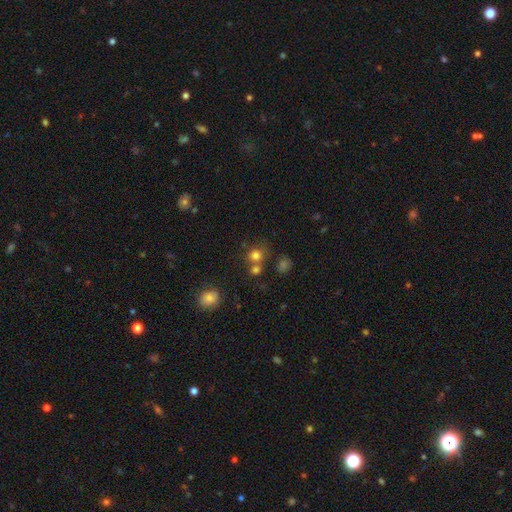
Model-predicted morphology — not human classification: Smooth or featured: smooth — 76% (star or artifact — 16%)
How rounded: round — 84% (in between — 15%)
Merging: none — 58% (merger — 29%)